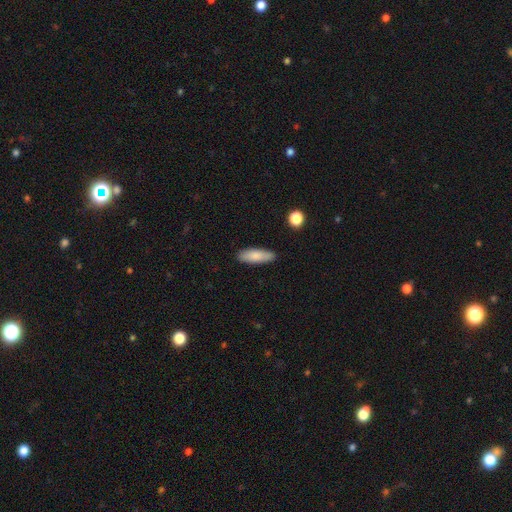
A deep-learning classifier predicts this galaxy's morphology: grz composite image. It shows a smooth galaxy with no disk features (83%) that is in between round and cigar-shaped (55%). Merging: none (87%).